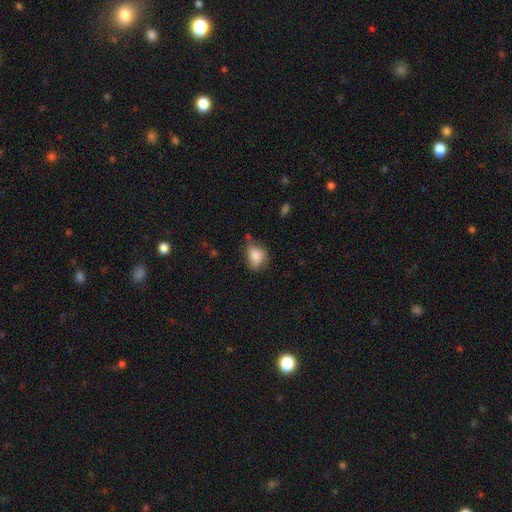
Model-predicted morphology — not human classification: Smooth or featured? smooth (84%)
How rounded? in between (71%)
Merging? none (52%)